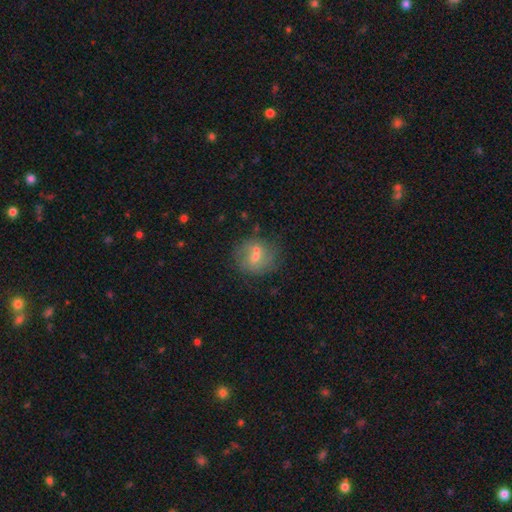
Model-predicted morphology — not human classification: smooth_or_featured: smooth (p=0.53) [alt: featured or disk p=0.35]
how_rounded: round (p=0.82) [alt: in between p=0.16]
merging: none (p=0.55) [alt: merger p=0.27]